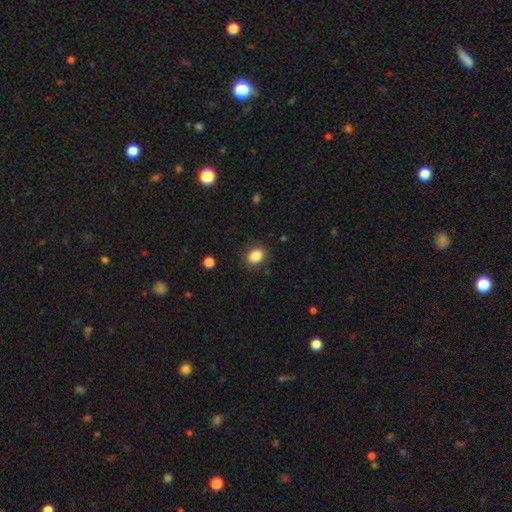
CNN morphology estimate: smooth 86%, star or artifact 9%, featured or disk 4%. Down the decision tree: how rounded — round (57%); merging — none (85%).